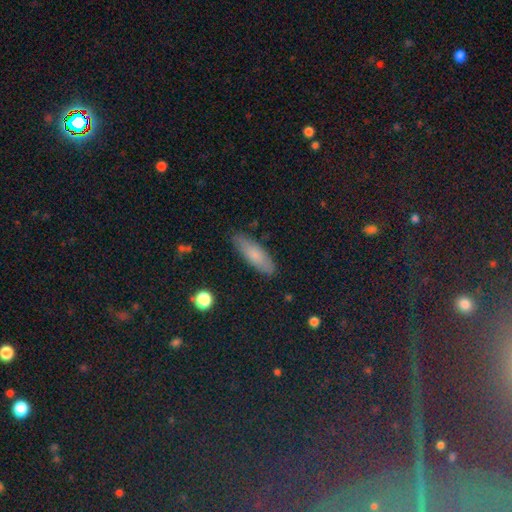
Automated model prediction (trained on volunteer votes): Morphology: type=smooth (74%); roundness=cigar-shaped (49%); merging=none (86%).